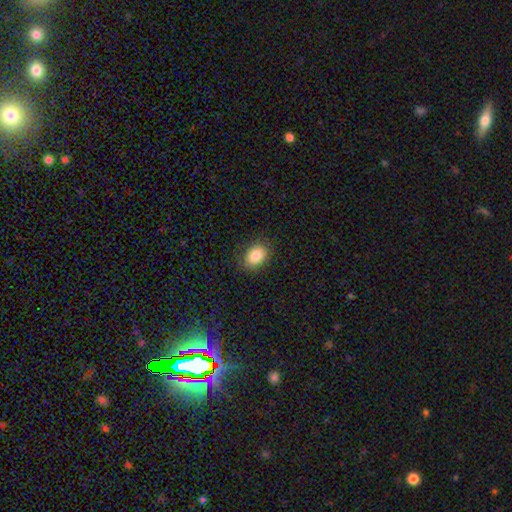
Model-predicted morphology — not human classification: Smooth or featured? Predicted: smooth (p=0.84). How rounded? Predicted: in between (p=0.74). Merging? Predicted: none (p=0.85).